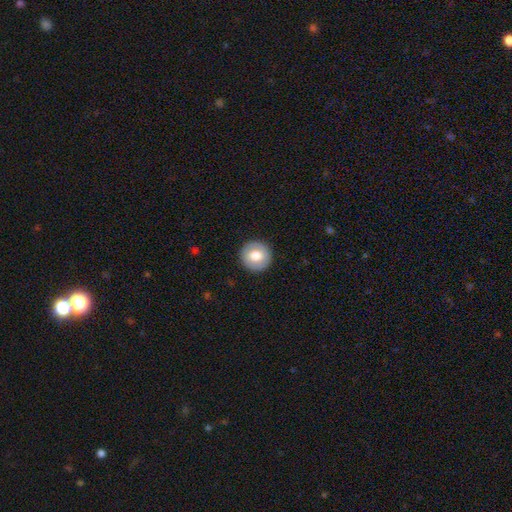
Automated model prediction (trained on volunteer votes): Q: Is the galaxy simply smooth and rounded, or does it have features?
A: smooth — 74%.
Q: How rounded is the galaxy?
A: round — 94%.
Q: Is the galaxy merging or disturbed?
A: none — 91%.